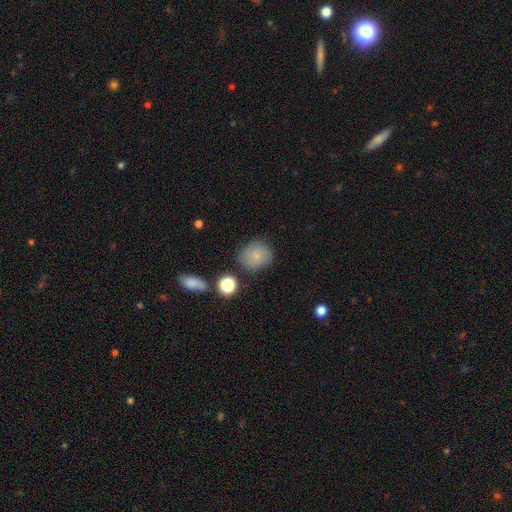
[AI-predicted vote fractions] A smooth galaxy with no disk features (73%) that is round (80%). Merging: none (75%).